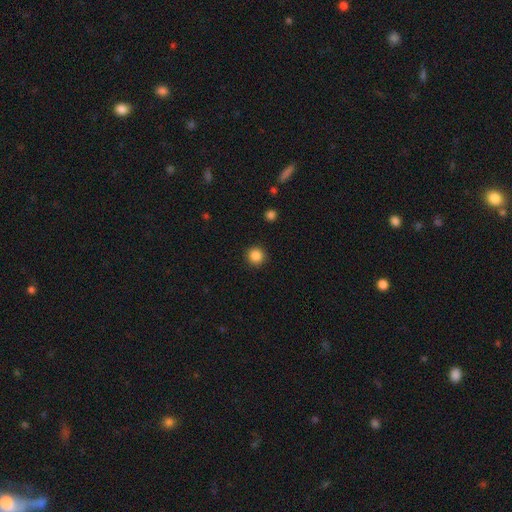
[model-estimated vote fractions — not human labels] smooth 86%, star or artifact 10%, featured or disk 4%. Down the decision tree: how rounded — round (95%); merging — none (92%).